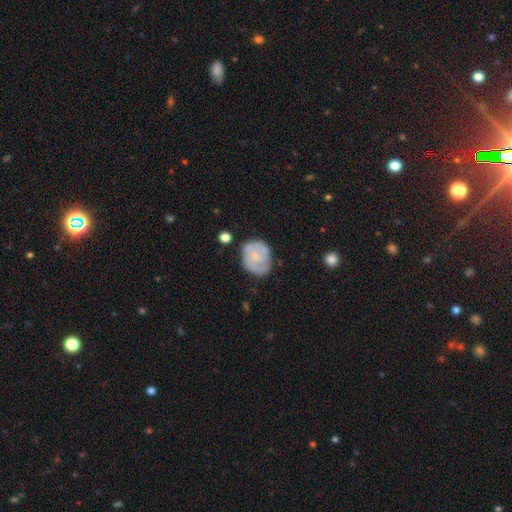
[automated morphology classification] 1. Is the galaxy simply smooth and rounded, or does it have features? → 50% featured or disk, 44% smooth, 7% star or artifact.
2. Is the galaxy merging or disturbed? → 60% none, 28% minor disturbance, 10% major disturbance, 3% merger.